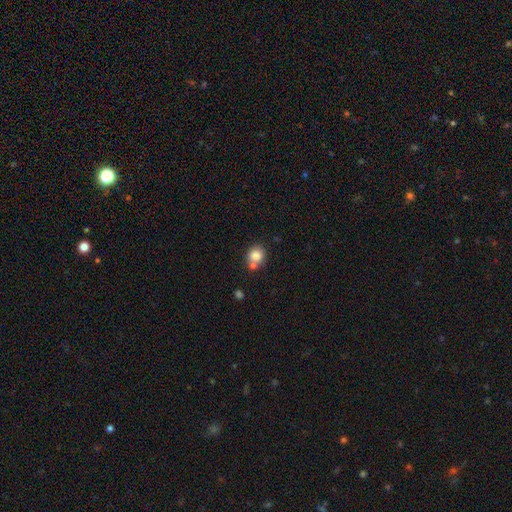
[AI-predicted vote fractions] Smooth or featured? smooth (82%)
How rounded? round (78%)
Merging? none (57%)